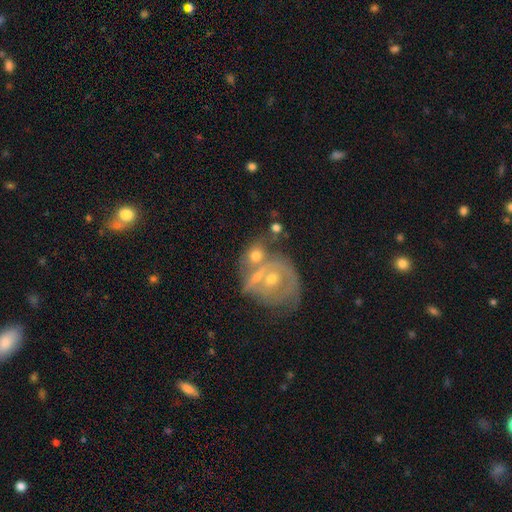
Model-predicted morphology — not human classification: Q: Smooth or featured?
A: smooth (51%); runner-up: featured or disk (40%)
Q: How rounded?
A: round (60%); runner-up: in between (38%)
Q: Merging?
A: merger (48%); runner-up: none (31%)